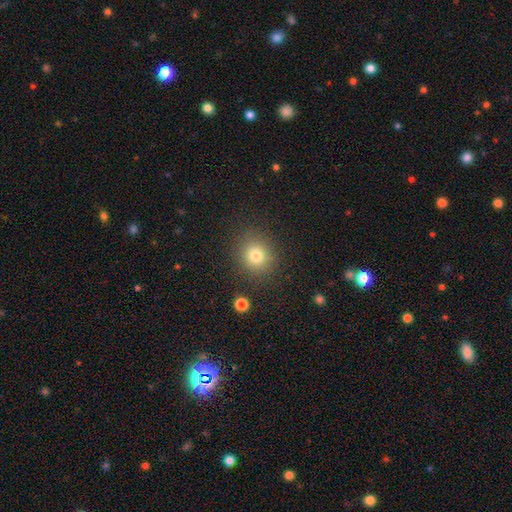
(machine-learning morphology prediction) Smooth or featured: smooth — 79% (star or artifact — 14%)
How rounded: round — 83% (in between — 16%)
Merging: none — 86% (minor disturbance — 9%)